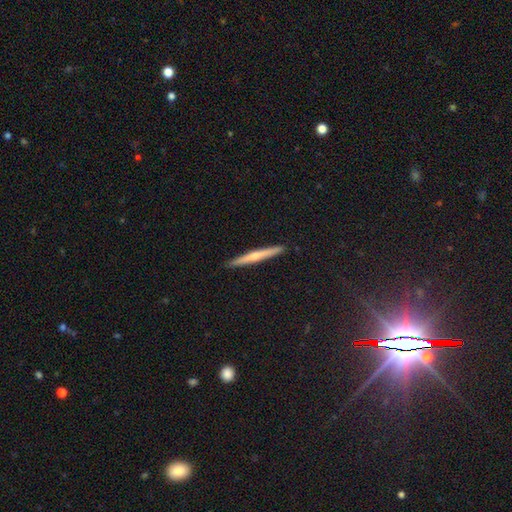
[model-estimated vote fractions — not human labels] featured or disk 53%, smooth 41%, star or artifact 6%. Down the decision tree: edge-on disk — yes (97%); edge-on bulge — rounded (58%); merging — none (92%).